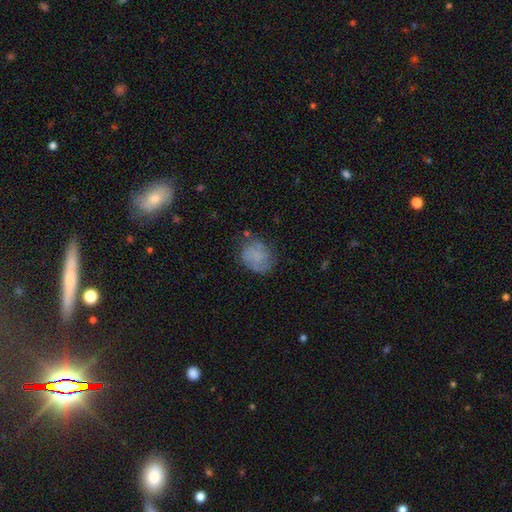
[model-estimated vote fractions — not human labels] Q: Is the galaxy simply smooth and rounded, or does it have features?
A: smooth — 54%.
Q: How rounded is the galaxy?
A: round — 59%.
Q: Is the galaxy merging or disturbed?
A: none — 60%.